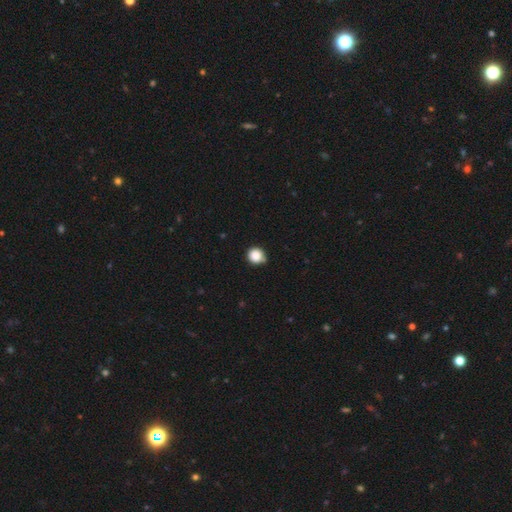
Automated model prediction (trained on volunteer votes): Morphology: type=smooth (86%); roundness=round (93%); merging=none (76%).